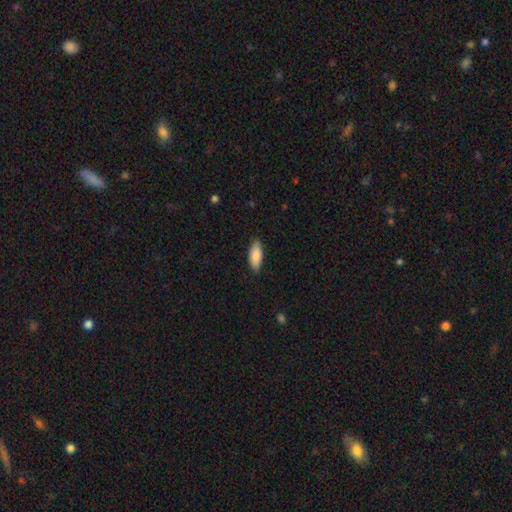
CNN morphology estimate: A smooth galaxy with no disk features (86%) that is in between round and cigar-shaped (80%). Merging: none (84%).